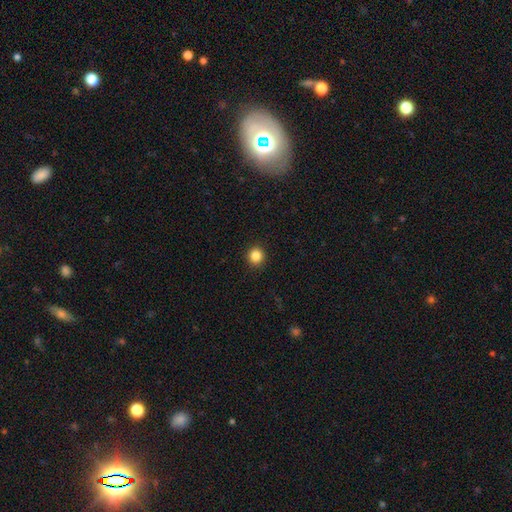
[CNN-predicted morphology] smooth-or-featured: smooth: 85% | star or artifact: 11% | featured or disk: 4%
  how-rounded: round: 93% | in between: 6% | cigar-shaped: 1%
  merging: none: 93% | minor disturbance: 5% | major disturbance: 2% | merger: 1%